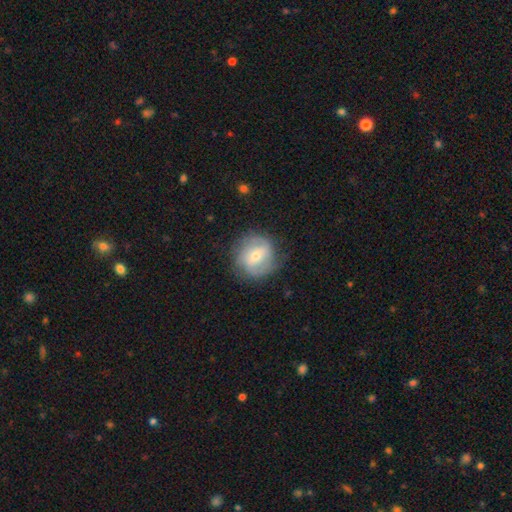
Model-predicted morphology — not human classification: Smooth or featured?
  - featured or disk: 60% *
  - smooth: 33%
  - star or artifact: 7%
Edge-on disk?
  - no: 96% *
  - yes: 4%
Bar?
  - weak: 46% *
  - no: 29%
  - strong: 24%
Spiral arms?
  - yes: 76% *
  - no: 24%
Bulge size?
  - small: 49% *
  - moderate: 46%
  - large: 2%
  - none: 1%
  - dominant: 1%
Merging?
  - none: 74% *
  - minor disturbance: 17%
  - major disturbance: 7%
  - merger: 1%